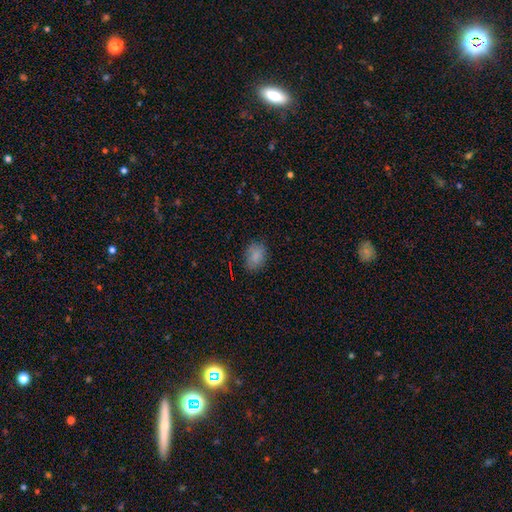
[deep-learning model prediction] Smooth or featured: smooth — 82% (star or artifact — 11%)
How rounded: in between — 70% (round — 28%)
Merging: none — 79% (minor disturbance — 16%)